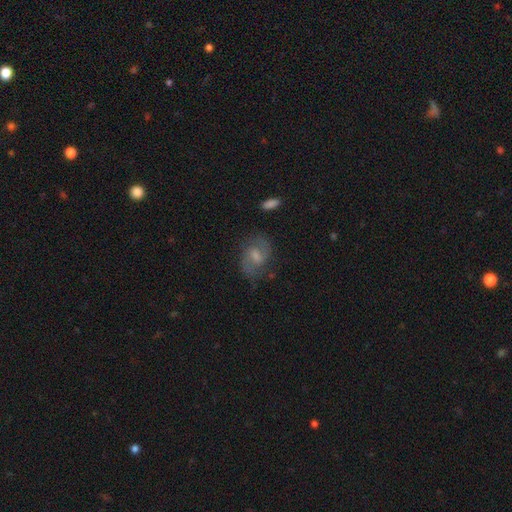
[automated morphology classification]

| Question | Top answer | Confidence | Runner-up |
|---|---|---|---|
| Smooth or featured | featured or disk | 71% | smooth (18%) |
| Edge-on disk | no | 97% | yes (3%) |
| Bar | weak | 56% | no (31%) |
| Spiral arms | yes | 92% | no (8%) |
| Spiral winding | medium | 53% | loose (27%) |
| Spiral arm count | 2 | 88% | can't tell (7%) |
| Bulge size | moderate | 44% | small (36%) |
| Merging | none | 77% | minor disturbance (16%) |